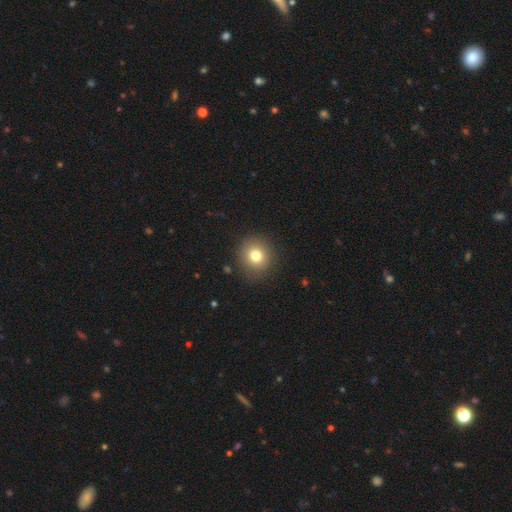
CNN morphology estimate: A smooth galaxy with no disk features (78%) that is round (91%).

Vote fractions:
- Smooth or featured? smooth: 78% / star or artifact: 12% / featured or disk: 10%
- How rounded? round: 91% / in between: 8% / cigar-shaped: 1%
- Merging? none: 89% / minor disturbance: 7% / major disturbance: 3% / merger: 1%